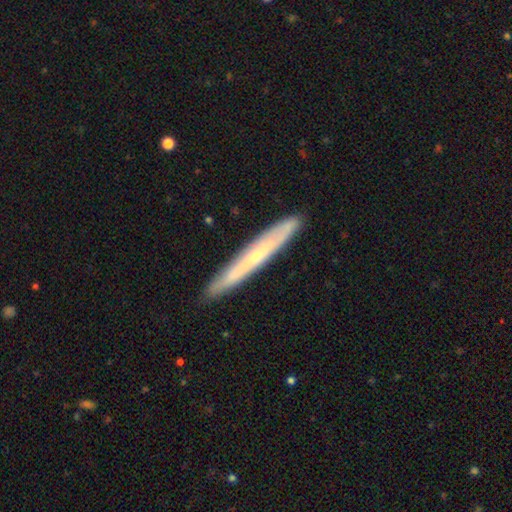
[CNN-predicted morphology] The model was most divided on "smooth or featured": featured or disk: 57%, smooth: 38%, star or artifact: 6%. More confident: merging — none (89%); edge-on disk — yes (87%).